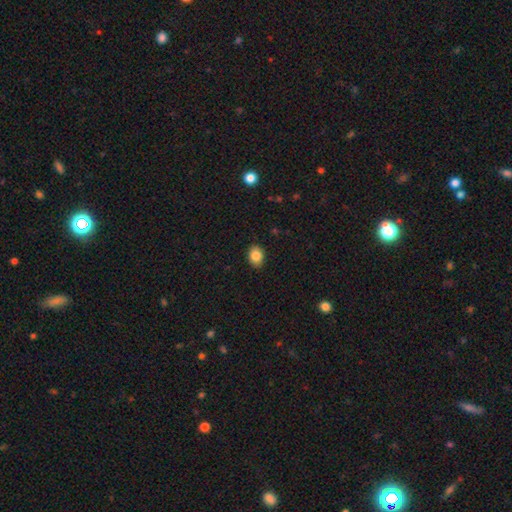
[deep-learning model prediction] smooth_or_featured: smooth (p=0.85) [alt: star or artifact p=0.09]
how_rounded: in between (p=0.57) [alt: round p=0.42]
merging: none (p=0.89) [alt: minor disturbance p=0.08]